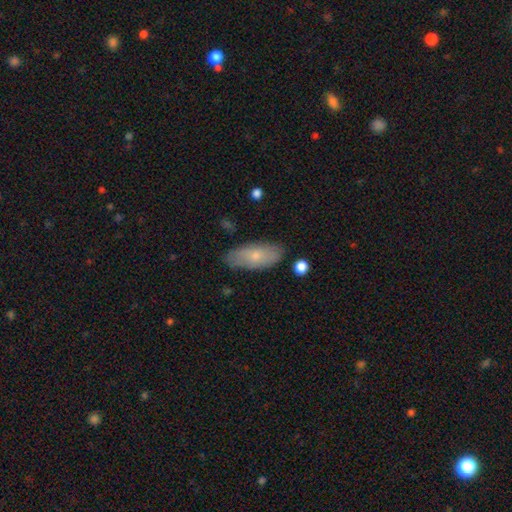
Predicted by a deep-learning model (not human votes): This appears to be a smooth galaxy with no disk features (68%) that is in between round and cigar-shaped (86%). Merging: none (80%).